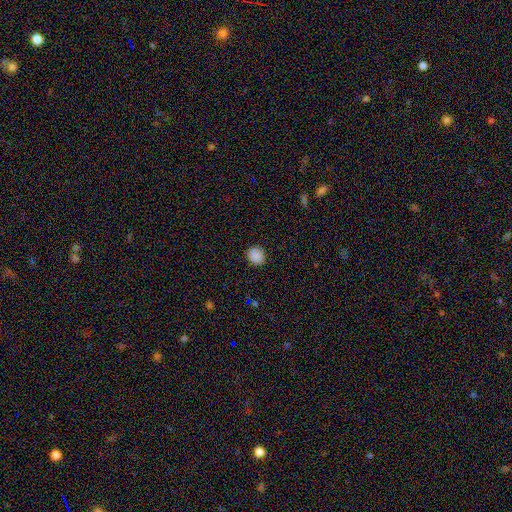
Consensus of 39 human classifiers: A smooth galaxy with no disk features (92%) that is round (72%). Merging: none (83%).